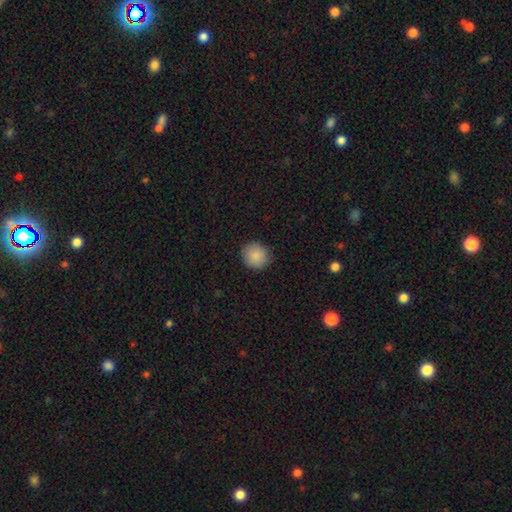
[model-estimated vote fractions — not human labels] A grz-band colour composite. It shows a smooth galaxy with no disk features (88%) that is round (91%). Merging: none (91%).